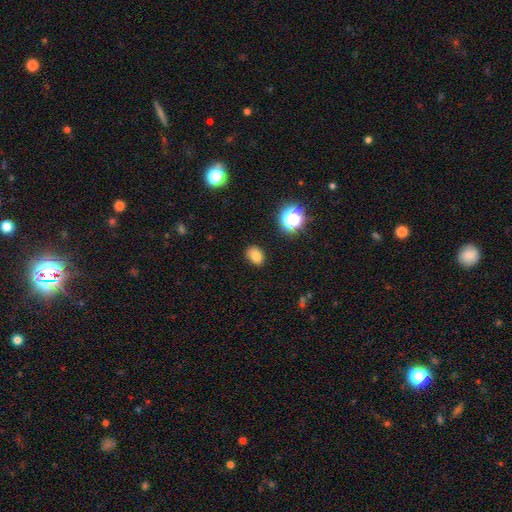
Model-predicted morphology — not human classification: This appears to be a smooth galaxy with no disk features (79%) that is in between round and cigar-shaped (68%). Merging: none (85%).